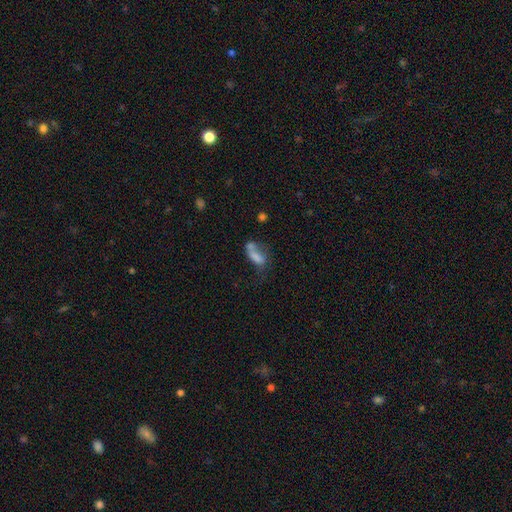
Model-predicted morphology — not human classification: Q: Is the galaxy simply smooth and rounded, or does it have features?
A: smooth — 67%.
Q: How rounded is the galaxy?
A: in between — 75%.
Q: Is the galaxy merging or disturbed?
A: merger — 34%.